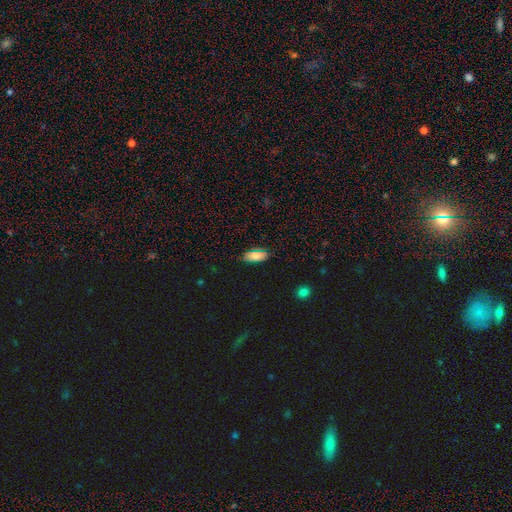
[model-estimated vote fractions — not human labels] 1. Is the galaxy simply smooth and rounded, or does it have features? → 78% smooth, 13% star or artifact, 9% featured or disk.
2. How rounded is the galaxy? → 90% in between, 7% cigar-shaped, 3% round.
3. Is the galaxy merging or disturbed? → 83% none, 13% minor disturbance, 3% major disturbance, 1% merger.